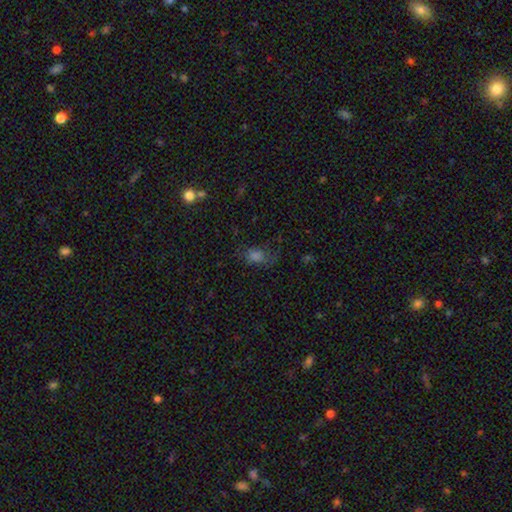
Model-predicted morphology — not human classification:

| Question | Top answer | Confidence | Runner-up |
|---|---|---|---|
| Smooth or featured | smooth | 64% | star or artifact (22%) |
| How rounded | in between | 71% | round (26%) |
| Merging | none | 52% | minor disturbance (25%) |